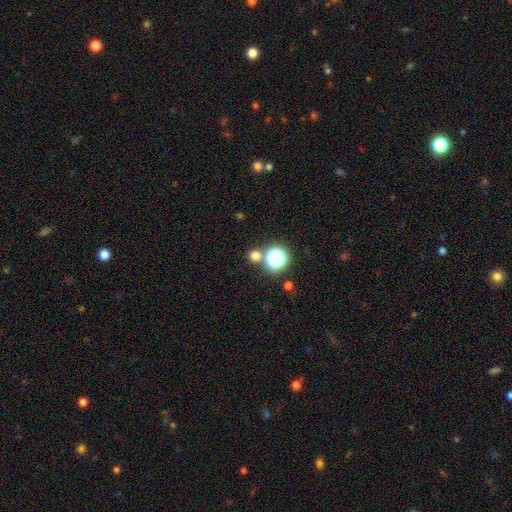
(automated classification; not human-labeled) smooth-or-featured: smooth: 69% | star or artifact: 25% | featured or disk: 6%
  how-rounded: round: 90% | in between: 9% | cigar-shaped: 1%
  merging: none: 70% | merger: 20% | minor disturbance: 7% | major disturbance: 3%